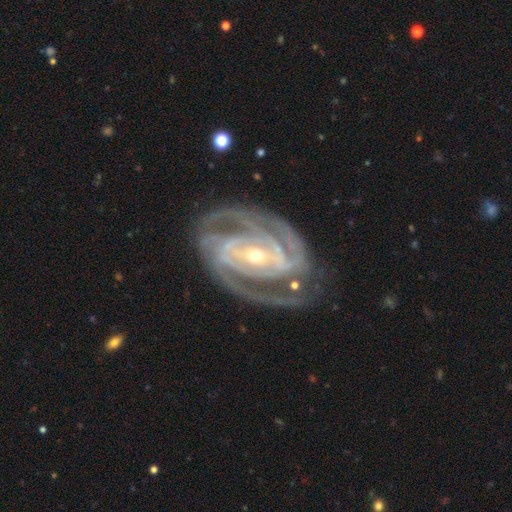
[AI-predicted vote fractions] This is clearly a featured or disk galaxy (93%). It is clearly not viewed edge-on (97%). Bar: marginally strong (42%). Spiral arm pattern: clearly yes (99%). Spiral arm count: marginally 2 (40%). Spiral winding: likely tight (67%). Central bulge: likely small (60%). Merging: likely none (75%).